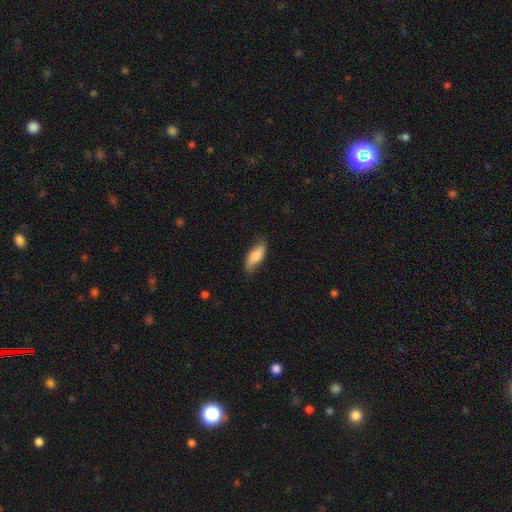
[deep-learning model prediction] Overall: smooth (76%). How rounded: in between (74%). Merging: none (74%).